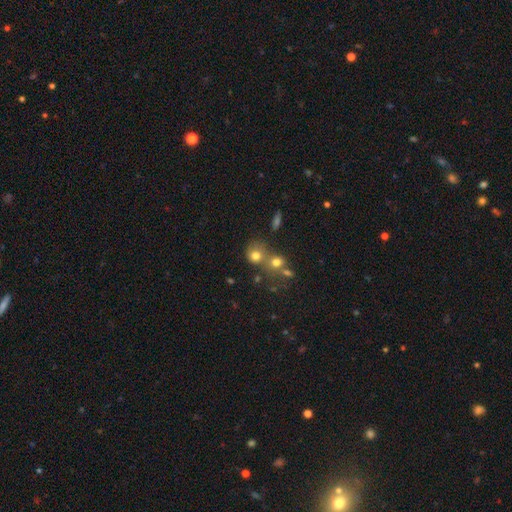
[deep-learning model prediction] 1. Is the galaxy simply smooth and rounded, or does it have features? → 72% smooth, 14% star or artifact, 13% featured or disk.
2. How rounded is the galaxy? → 78% round, 21% in between, 1% cigar-shaped.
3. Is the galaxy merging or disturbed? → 43% merger, 41% none, 10% minor disturbance, 6% major disturbance.